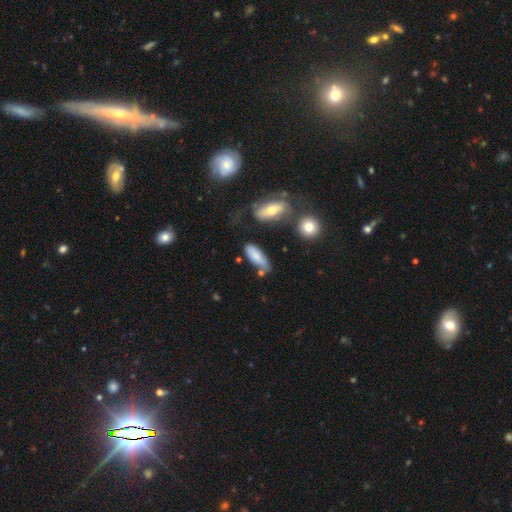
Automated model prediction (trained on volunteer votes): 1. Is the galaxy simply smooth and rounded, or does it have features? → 72% smooth, 20% featured or disk, 8% star or artifact.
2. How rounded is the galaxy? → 73% in between, 25% cigar-shaped, 3% round.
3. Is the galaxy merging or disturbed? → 45% none, 30% minor disturbance, 13% merger, 13% major disturbance.